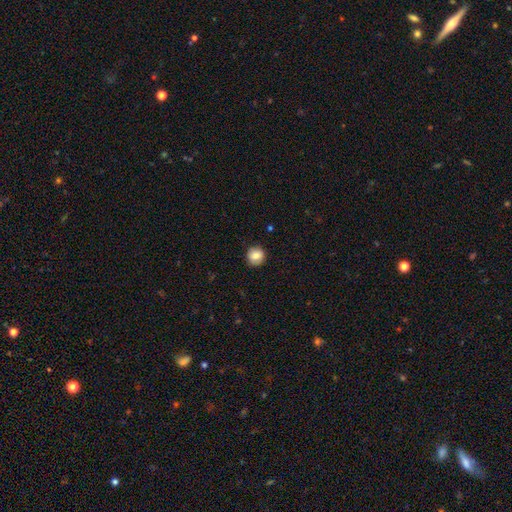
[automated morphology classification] Smooth or featured? smooth (79%)
How rounded? round (90%)
Merging? none (87%)